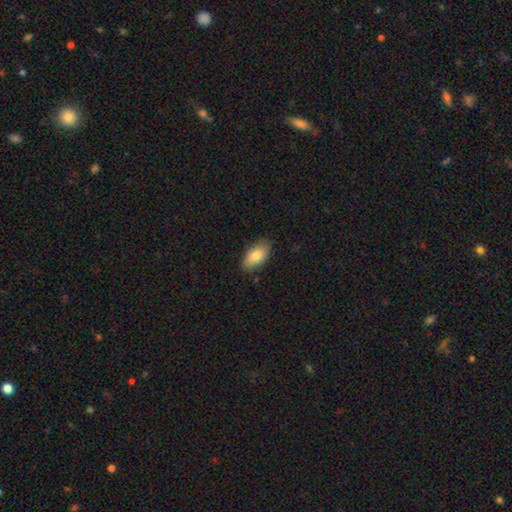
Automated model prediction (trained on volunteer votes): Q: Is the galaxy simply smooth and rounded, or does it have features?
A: smooth — 81%.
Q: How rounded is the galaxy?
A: in between — 93%.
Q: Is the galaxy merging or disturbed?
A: none — 85%.